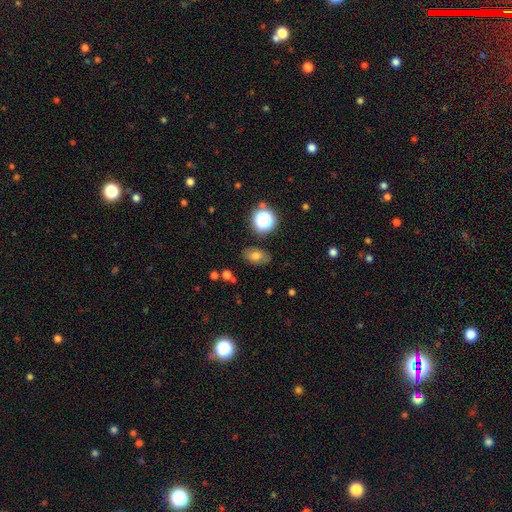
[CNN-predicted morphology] A smooth galaxy with no disk features (71%) that is in between round and cigar-shaped (82%).

Vote fractions:
- Smooth or featured? smooth: 71% / featured or disk: 15% / star or artifact: 14%
- How rounded? in between: 82% / round: 16% / cigar-shaped: 2%
- Merging? none: 82% / minor disturbance: 12% / major disturbance: 3% / merger: 2%